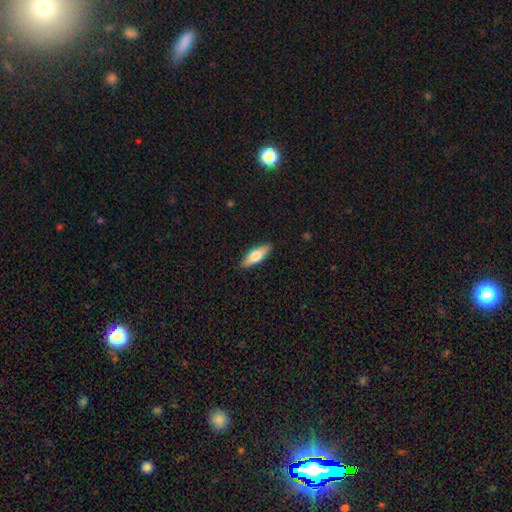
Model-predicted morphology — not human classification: A smooth galaxy with no disk features (64%) that is in between round and cigar-shaped (60%). Merging: none (89%).